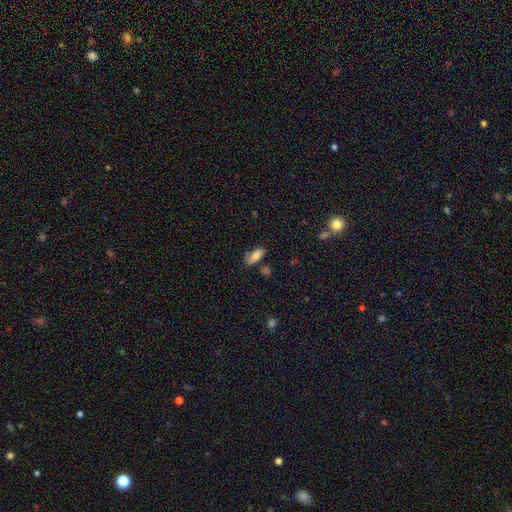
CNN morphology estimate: Smooth or featured? Predicted: smooth (p=0.71). How rounded? Predicted: in between (p=0.85). Merging? Predicted: none (p=0.60).